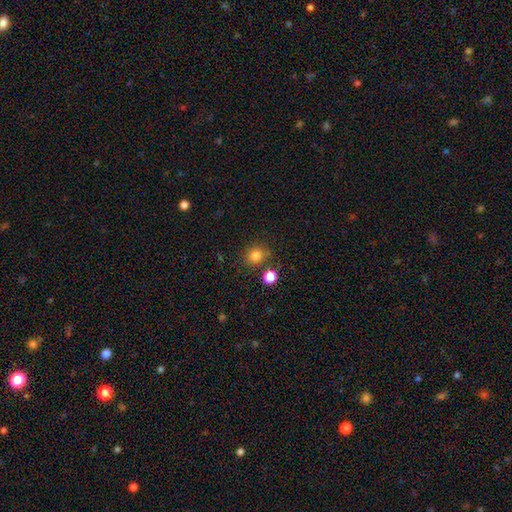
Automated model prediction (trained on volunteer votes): A smooth galaxy with no disk features (81%) that is round (80%). Merging: none (76%).